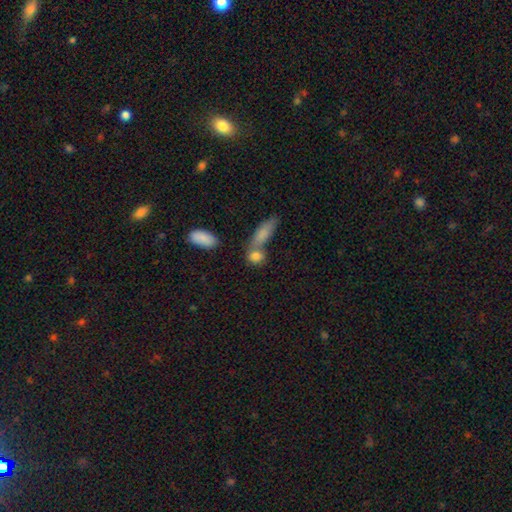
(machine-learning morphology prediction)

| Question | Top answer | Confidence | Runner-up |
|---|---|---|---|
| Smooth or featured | smooth | 81% | featured or disk (10%) |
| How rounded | in between | 47% | round (39%) |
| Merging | none | 49% | merger (35%) |